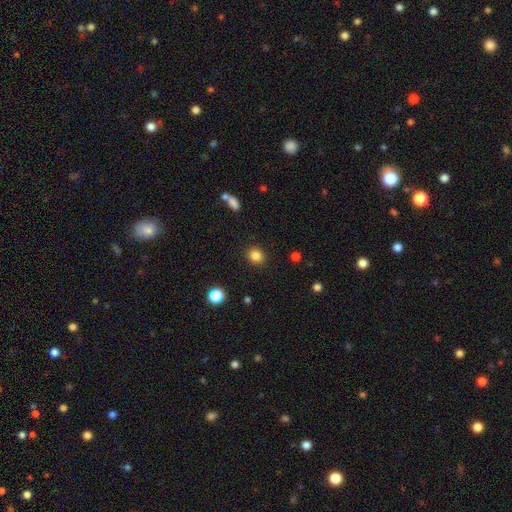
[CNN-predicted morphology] Q: Smooth or featured?
A: smooth (85%); runner-up: star or artifact (11%)
Q: How rounded?
A: round (79%); runner-up: in between (20%)
Q: Merging?
A: none (90%); runner-up: minor disturbance (6%)